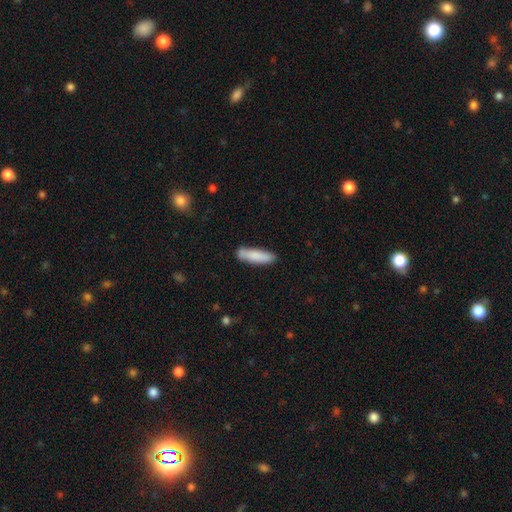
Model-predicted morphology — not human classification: This appears to be a smooth galaxy with no disk features (84%) that is cigar-shaped (66%). Merging: none (76%).